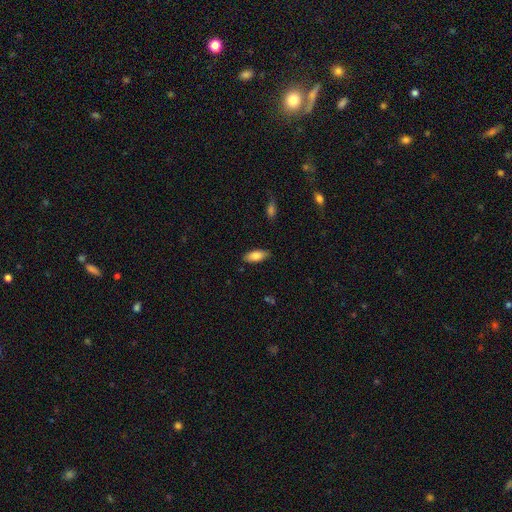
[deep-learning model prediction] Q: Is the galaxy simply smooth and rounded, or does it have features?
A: smooth — 81%.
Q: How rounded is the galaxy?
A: in between — 84%.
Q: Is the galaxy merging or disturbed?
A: none — 85%.